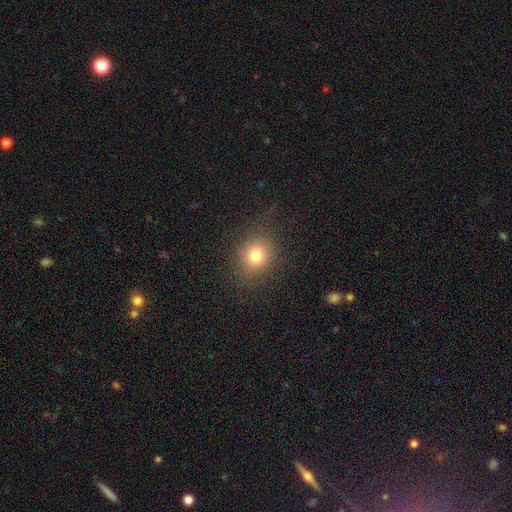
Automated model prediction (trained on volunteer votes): A smooth galaxy with no disk features (78%) that is round (75%). Merging: none (82%).